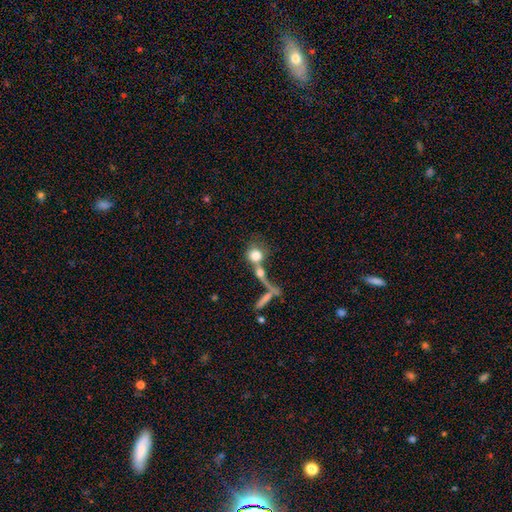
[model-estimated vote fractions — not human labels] Smooth or featured: smooth — 72% (featured or disk — 18%)
How rounded: round — 73% (in between — 21%)
Merging: merger — 46% (none — 34%)